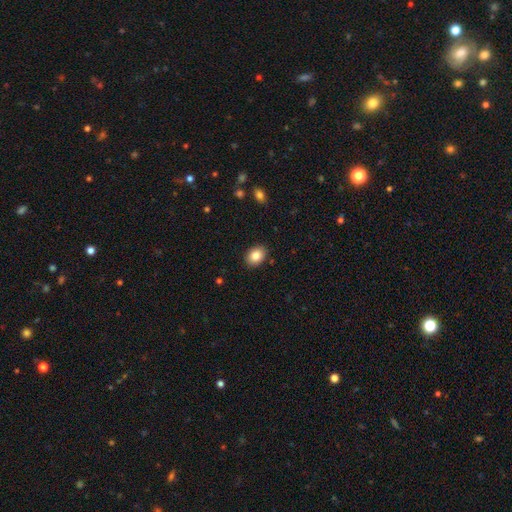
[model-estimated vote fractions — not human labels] This appears to be a smooth galaxy with no disk features (85%) that is in between round and cigar-shaped (70%). Merging: none (89%).